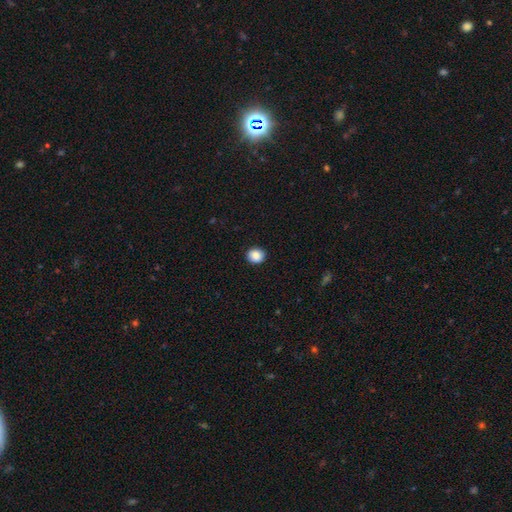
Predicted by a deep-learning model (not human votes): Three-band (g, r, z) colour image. It shows a smooth galaxy with no disk features (86%) that is round (75%). Merging: none (91%).